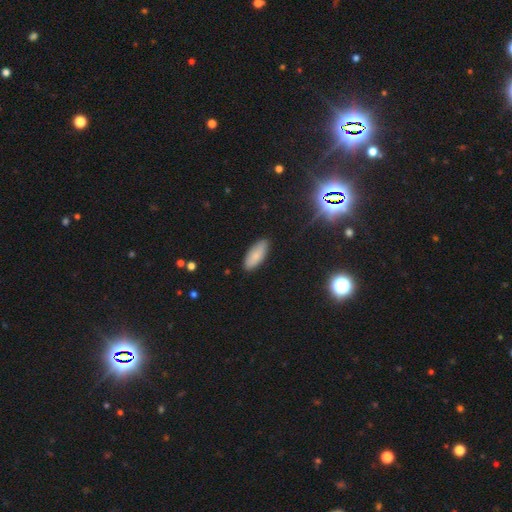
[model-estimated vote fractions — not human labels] Overall: smooth (82%). How rounded: in between (80%). Merging: none (86%).